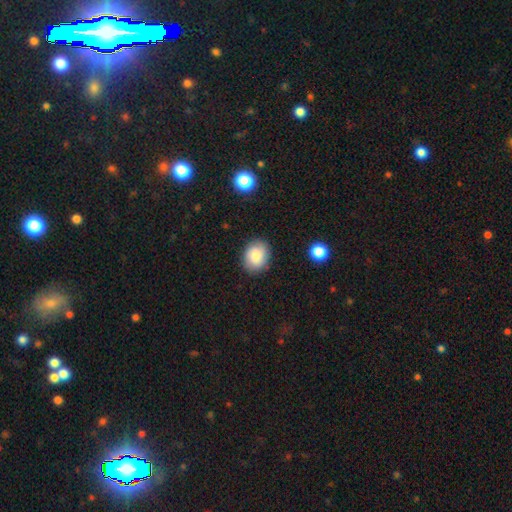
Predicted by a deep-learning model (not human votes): This appears to be a smooth galaxy with no disk features (77%) that is in between round and cigar-shaped (50%). Merging: none (85%).